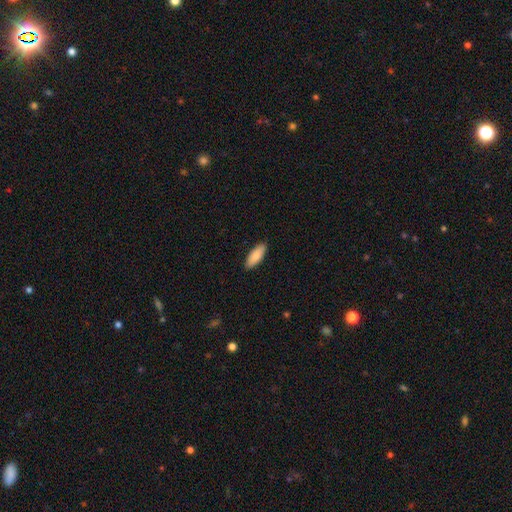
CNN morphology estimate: A smooth galaxy with no disk features (85%) that is in between round and cigar-shaped (71%). Merging: none (90%).